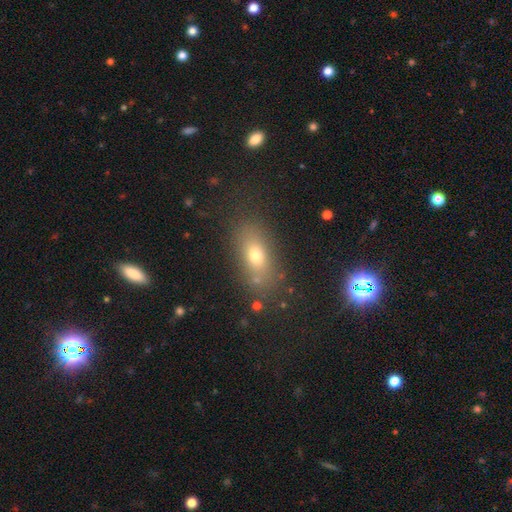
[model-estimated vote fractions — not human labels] Morphology: type=smooth (68%); roundness=in between (74%); merging=none (78%).